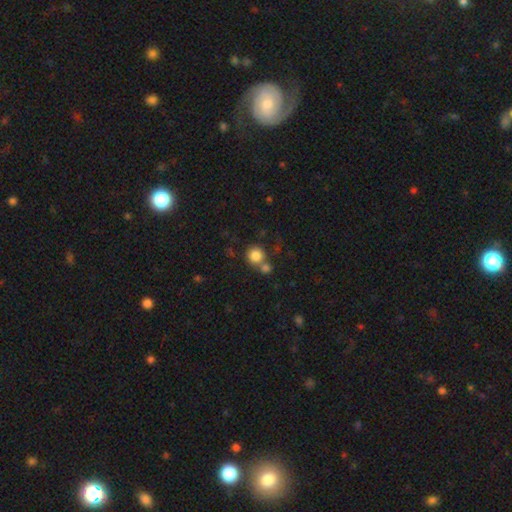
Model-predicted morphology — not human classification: This appears to be a smooth galaxy with no disk features (83%) that is round (91%). Merging: none (58%).